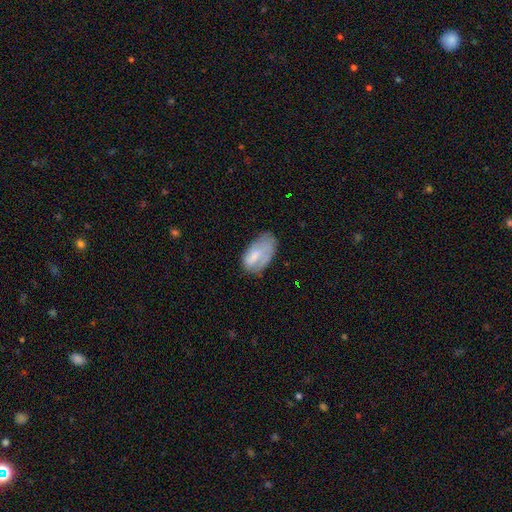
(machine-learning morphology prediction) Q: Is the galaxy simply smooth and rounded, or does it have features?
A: smooth — 63%.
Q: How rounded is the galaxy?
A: in between — 93%.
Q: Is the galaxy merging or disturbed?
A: none — 42%.